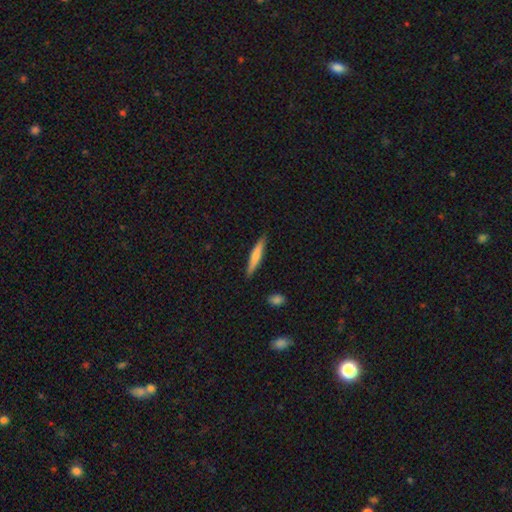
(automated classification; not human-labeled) This is likely a smooth galaxy (62%). How rounded: clearly cigar-shaped (92%). Merging: clearly none (89%).